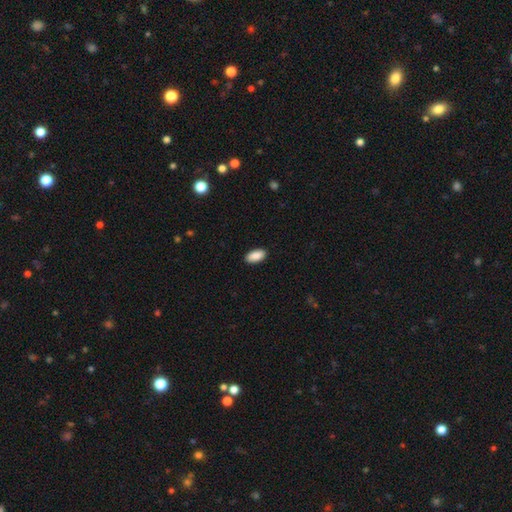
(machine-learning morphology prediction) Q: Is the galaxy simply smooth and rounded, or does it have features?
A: smooth — 90%.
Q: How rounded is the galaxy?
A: in between — 94%.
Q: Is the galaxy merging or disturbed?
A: none — 90%.